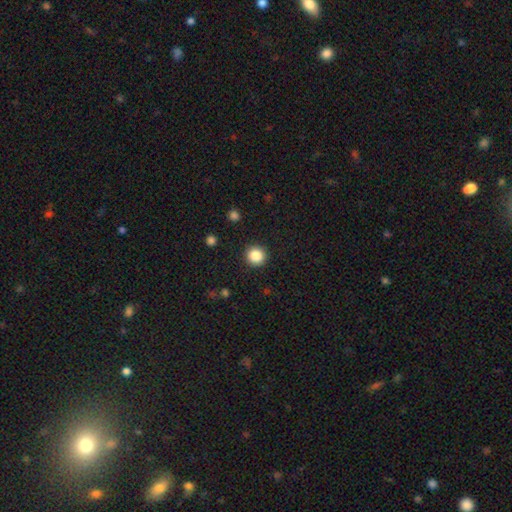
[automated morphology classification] A smooth galaxy with no disk features (86%) that is round (95%). Merging: none (92%).